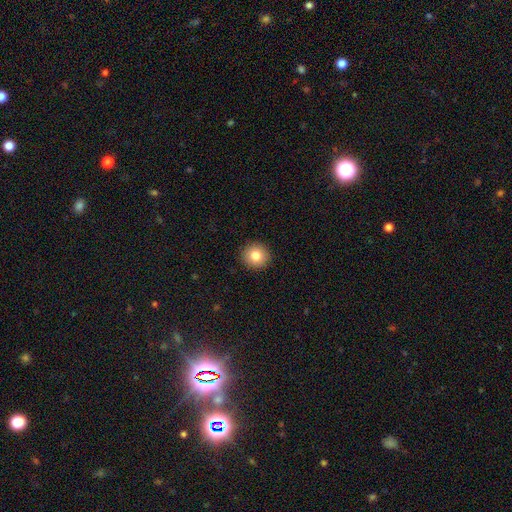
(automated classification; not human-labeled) Smooth or featured?
  - smooth: 82% *
  - star or artifact: 10%
  - featured or disk: 8%
How rounded?
  - round: 93% *
  - in between: 7%
  - cigar-shaped: 1%
Merging?
  - none: 93% *
  - minor disturbance: 5%
  - major disturbance: 2%
  - merger: 1%